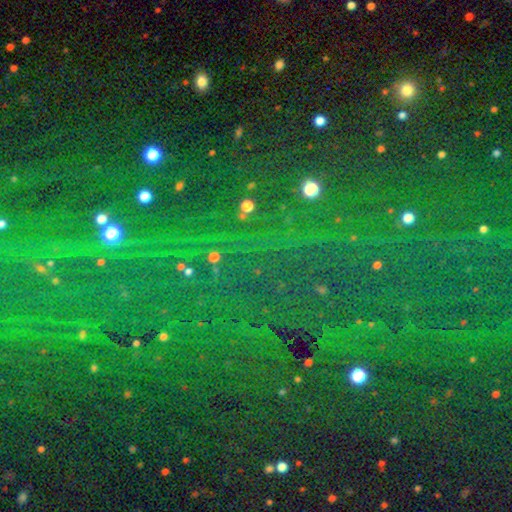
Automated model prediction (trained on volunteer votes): Smooth or featured? Predicted: star or artifact (p=0.82).